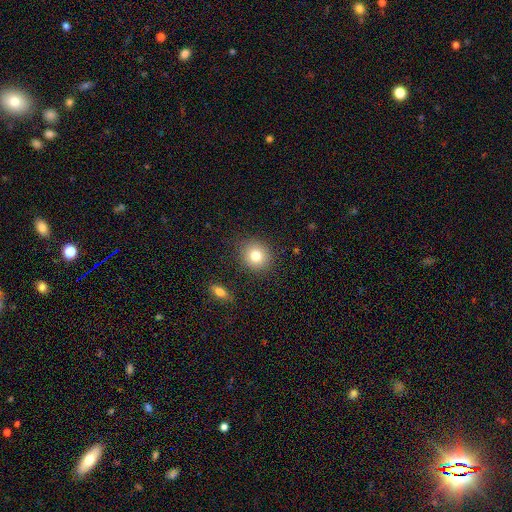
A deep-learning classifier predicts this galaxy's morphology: type=smooth (80%); roundness=round (82%); merging=none (86%).